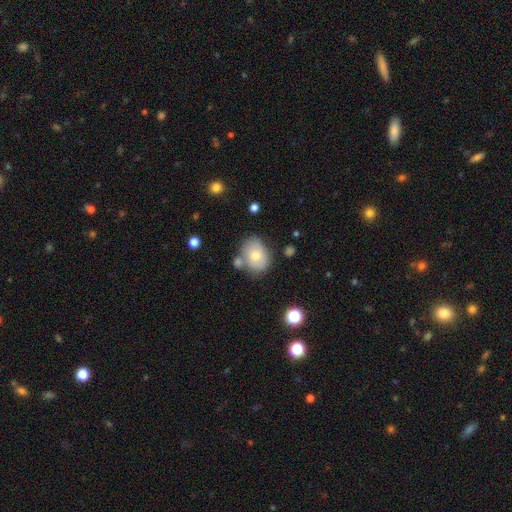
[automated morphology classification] smooth-or-featured: smooth: 71% | featured or disk: 21% | star or artifact: 8%
  how-rounded: in between: 58% | round: 41% | cigar-shaped: 1%
  merging: none: 61% | minor disturbance: 19% | merger: 15% | major disturbance: 5%